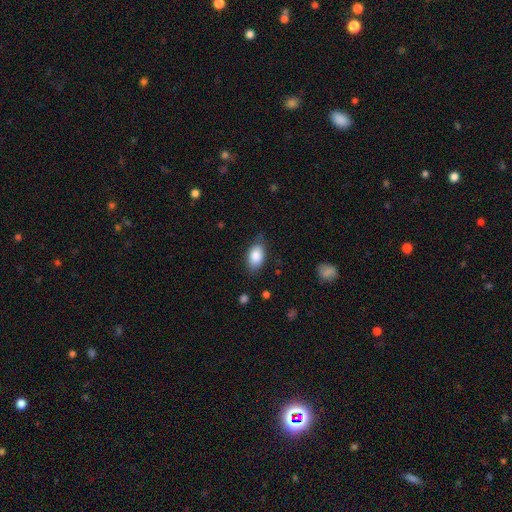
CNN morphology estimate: This is clearly a smooth galaxy (85%). How rounded: clearly in between (91%). Merging: likely none (73%).